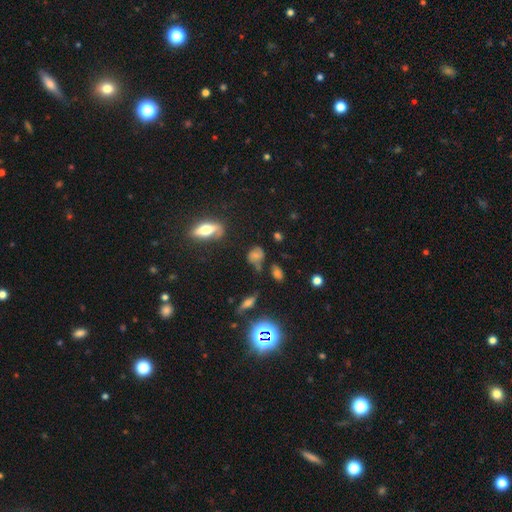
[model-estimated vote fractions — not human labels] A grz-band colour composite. It shows a smooth galaxy with no disk features (49%). Merging: none (57%).